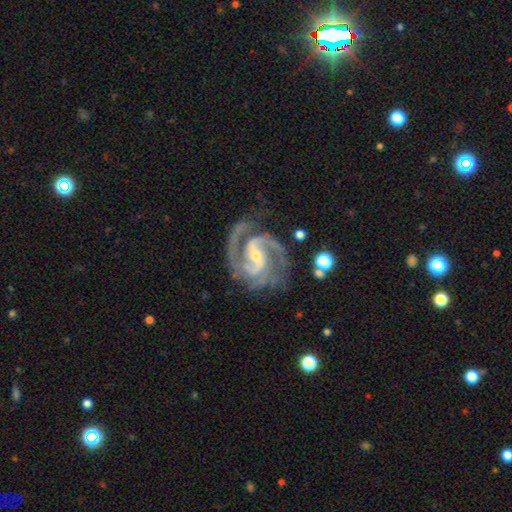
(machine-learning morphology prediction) type=featured or disk (93%); edge-on=no (98%); bar=weak (43%); spiral arms=yes (99%); winding=medium (60%); arm count=2 (73%); bulge=small (63%); merging=none (69%).